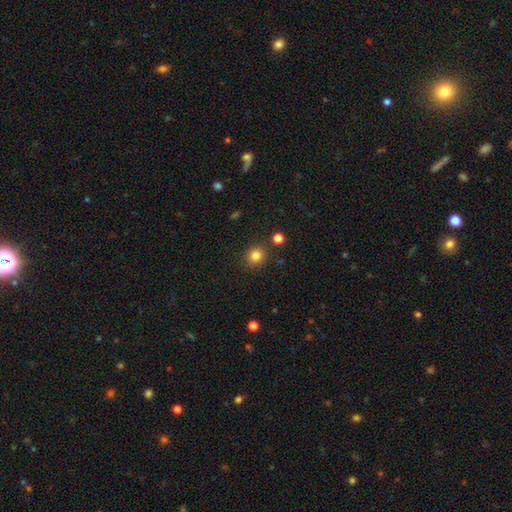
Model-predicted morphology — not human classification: A smooth galaxy with no disk features (82%) that is round (86%).

Vote fractions:
- Smooth or featured? smooth: 82% / star or artifact: 12% / featured or disk: 5%
- How rounded? round: 86% / in between: 13% / cigar-shaped: 1%
- Merging? none: 86% / minor disturbance: 8% / merger: 4% / major disturbance: 2%